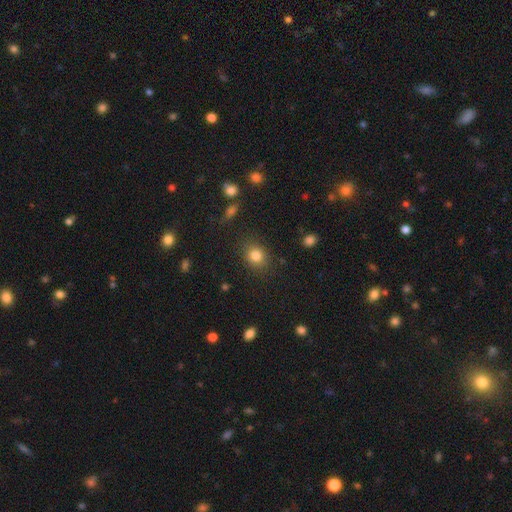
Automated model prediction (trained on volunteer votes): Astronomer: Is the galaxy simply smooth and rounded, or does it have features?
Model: smooth — 83%.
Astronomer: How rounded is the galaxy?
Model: round — 65%.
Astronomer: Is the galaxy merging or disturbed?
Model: none — 83%.